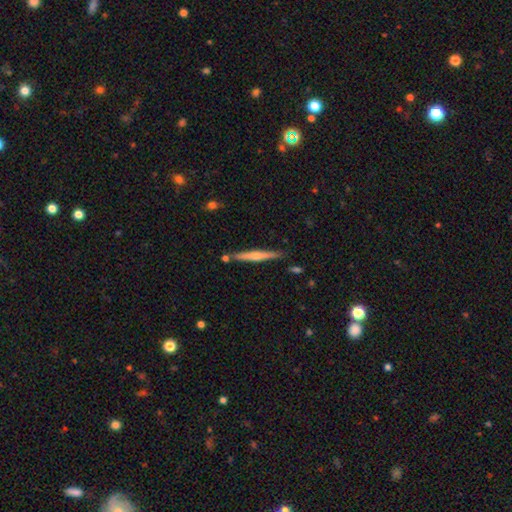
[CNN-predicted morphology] type=featured or disk (52%); edge-on=yes (97%); edge-on bulge=rounded (68%); merging=none (82%).